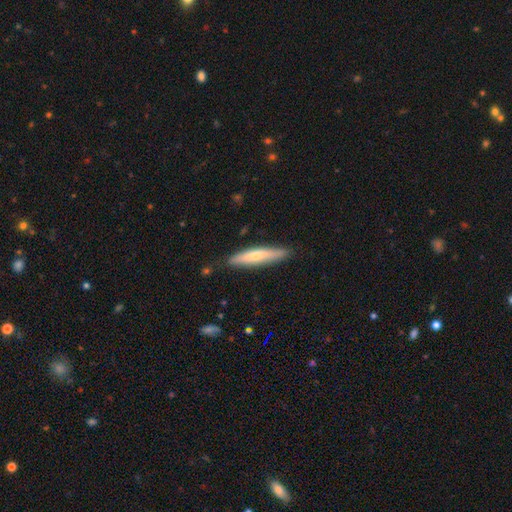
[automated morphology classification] Q: Smooth or featured?
A: smooth (58%); runner-up: featured or disk (36%)
Q: How rounded?
A: cigar-shaped (86%); runner-up: in between (12%)
Q: Merging?
A: none (85%); runner-up: minor disturbance (12%)